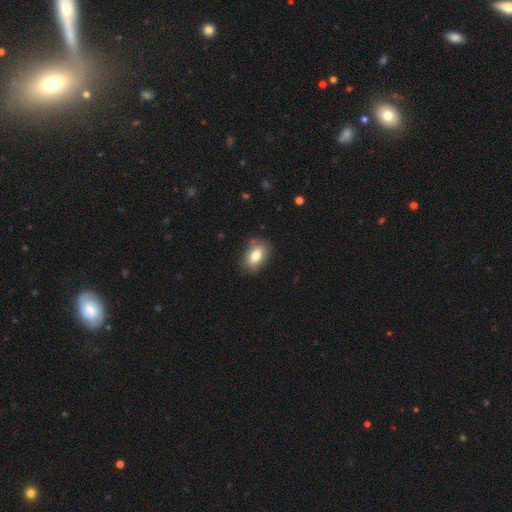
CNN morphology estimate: smooth 78%, featured or disk 14%, star or artifact 8%. Down the decision tree: how rounded — in between (83%); merging — none (81%).